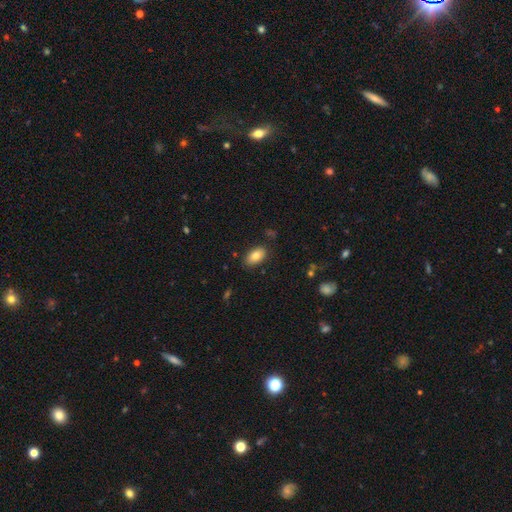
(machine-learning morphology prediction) A smooth galaxy with no disk features (83%) that is in between round and cigar-shaped (93%). Merging: none (85%).